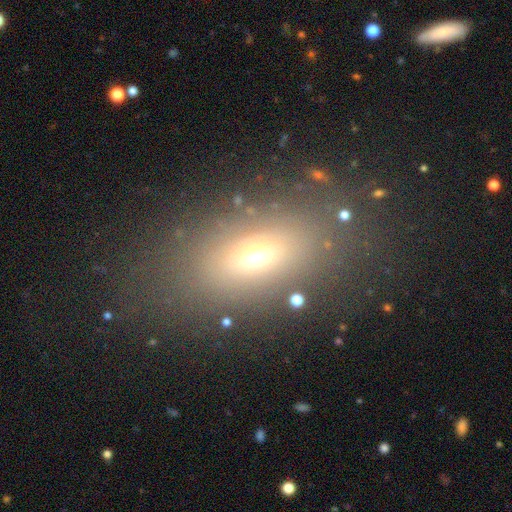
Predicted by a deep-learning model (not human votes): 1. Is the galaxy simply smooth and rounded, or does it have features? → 62% smooth, 19% star or artifact, 19% featured or disk.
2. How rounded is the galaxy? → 78% in between, 14% round, 8% cigar-shaped.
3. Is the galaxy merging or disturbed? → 79% none, 11% minor disturbance, 7% major disturbance, 3% merger.